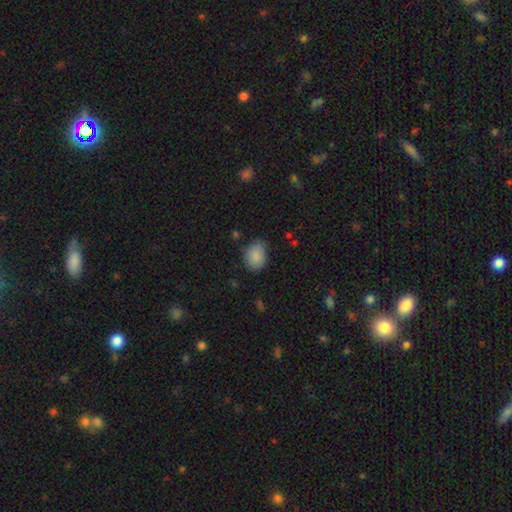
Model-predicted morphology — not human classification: This appears to be a smooth galaxy with no disk features (87%) that is in between round and cigar-shaped (65%). Merging: none (73%).